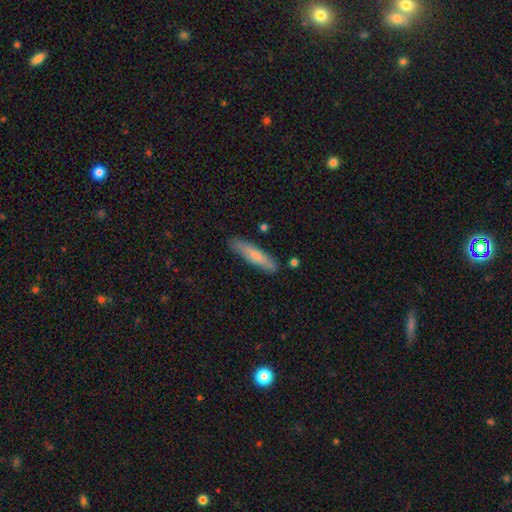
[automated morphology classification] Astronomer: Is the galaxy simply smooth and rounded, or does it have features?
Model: smooth — 69%.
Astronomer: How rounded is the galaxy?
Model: cigar-shaped — 84%.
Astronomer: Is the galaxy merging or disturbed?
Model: none — 84%.